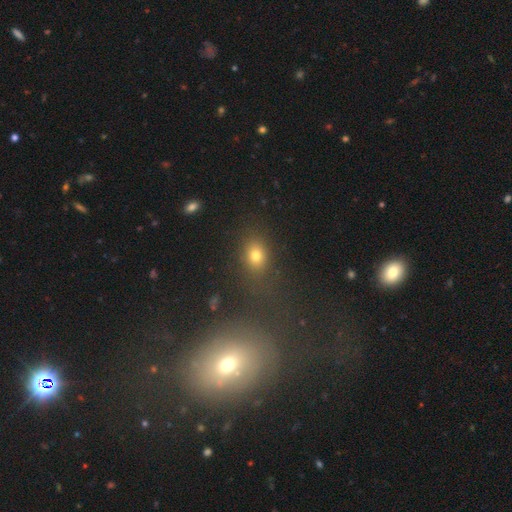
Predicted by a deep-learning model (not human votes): This is likely a smooth galaxy (72%). How rounded: possibly in between (54%). Merging: clearly none (82%).